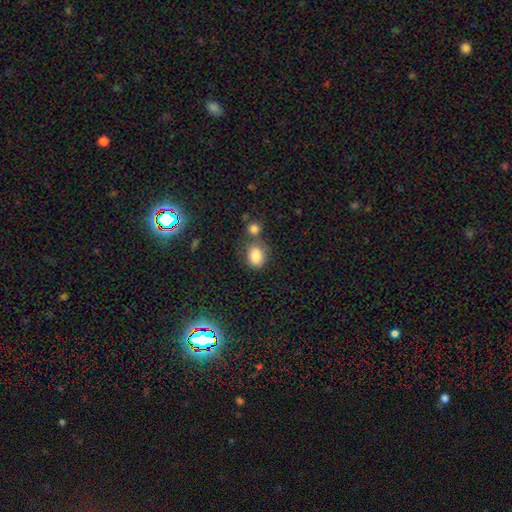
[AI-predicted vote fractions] smooth_or_featured: smooth (p=0.85) [alt: star or artifact p=0.09]
how_rounded: in between (p=0.63) [alt: round p=0.36]
merging: none (p=0.57) [alt: merger p=0.22]